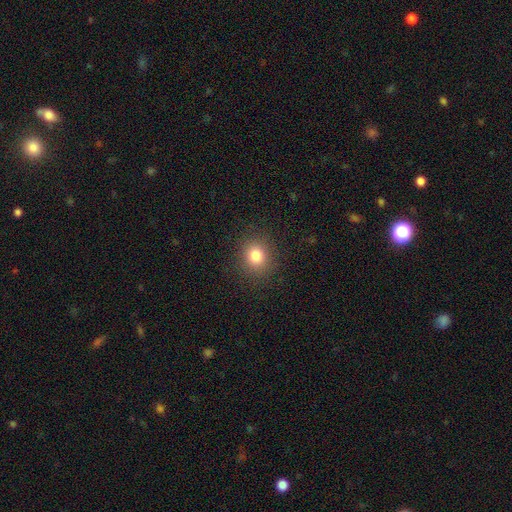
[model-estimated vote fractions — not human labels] Smooth or featured: smooth — 82% (star or artifact — 12%)
How rounded: round — 78% (in between — 21%)
Merging: none — 89% (minor disturbance — 8%)